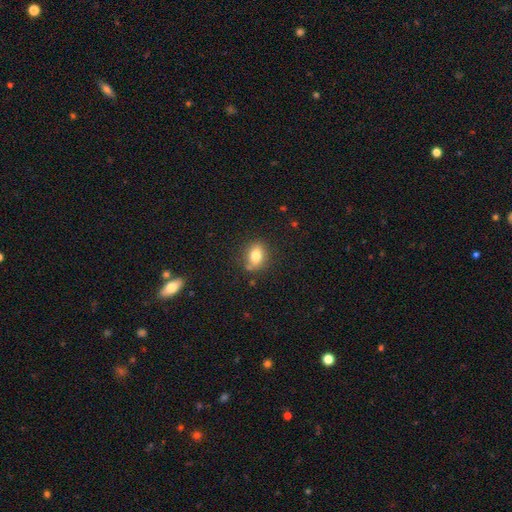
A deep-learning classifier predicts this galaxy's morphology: smooth 76%, featured or disk 14%, star or artifact 10%. Down the decision tree: how rounded — in between (59%); merging — none (81%).